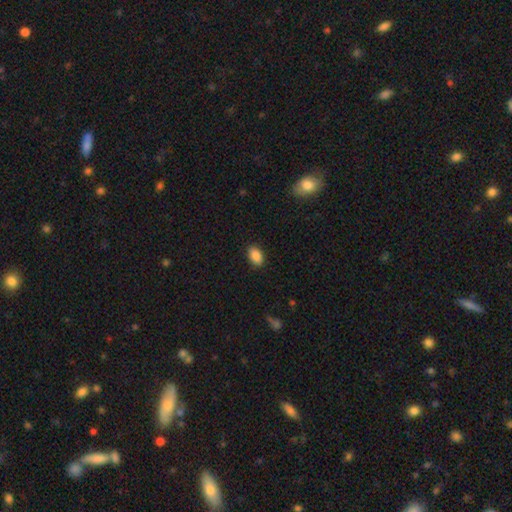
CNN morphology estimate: smooth-or-featured: smooth: 89% | star or artifact: 7% | featured or disk: 3%
  how-rounded: in between: 91% | round: 8% | cigar-shaped: 2%
  merging: none: 88% | minor disturbance: 9% | major disturbance: 2% | merger: 1%